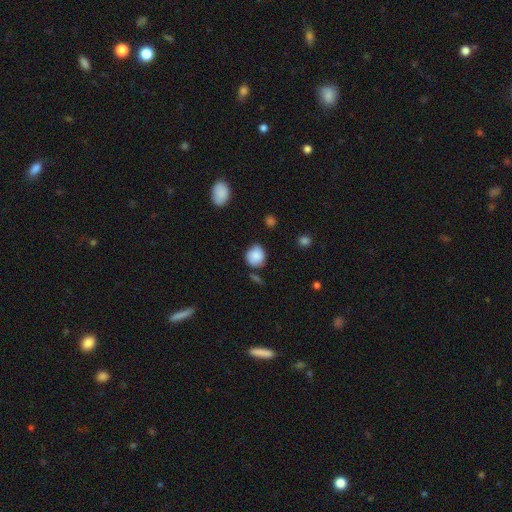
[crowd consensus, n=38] Smooth or featured? smooth (95%)
How rounded? round (83%)
Merging? none (54%)